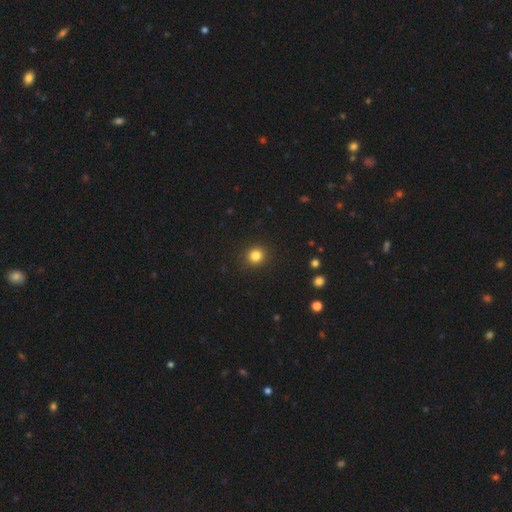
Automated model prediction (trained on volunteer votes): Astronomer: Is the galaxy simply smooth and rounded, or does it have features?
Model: smooth — 83%.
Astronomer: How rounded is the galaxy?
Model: round — 92%.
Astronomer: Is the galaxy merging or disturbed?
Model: none — 92%.